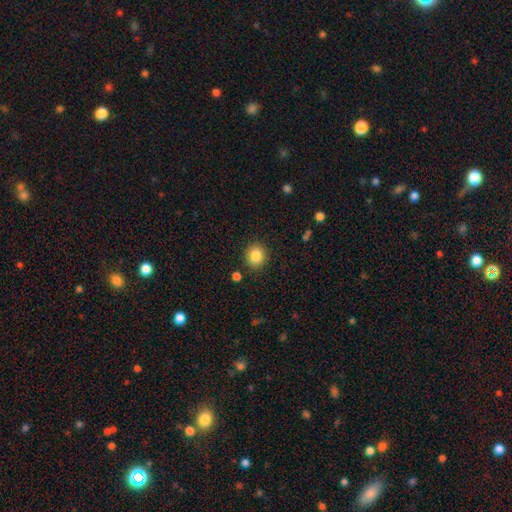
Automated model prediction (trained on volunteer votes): The model was most divided on "how rounded": round: 83%, in between: 16%, cigar-shaped: 1%. More confident: merging — none (89%); smooth or featured — smooth (86%).